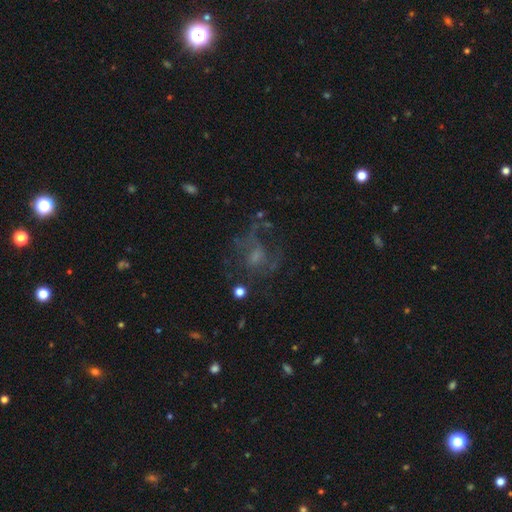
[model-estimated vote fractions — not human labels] Morphology: type=featured or disk (54%); edge-on=no (97%); bar=no (66%); spiral arms=yes (51%); bulge=small (38%); merging=none (46%).